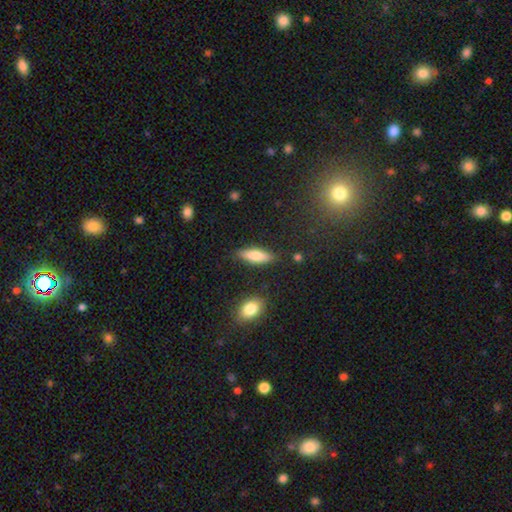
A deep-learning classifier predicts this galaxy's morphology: smooth_or_featured: smooth (p=0.78) [alt: featured or disk p=0.16]
how_rounded: in between (p=0.52) [alt: cigar-shaped p=0.46]
merging: none (p=0.83) [alt: minor disturbance p=0.11]